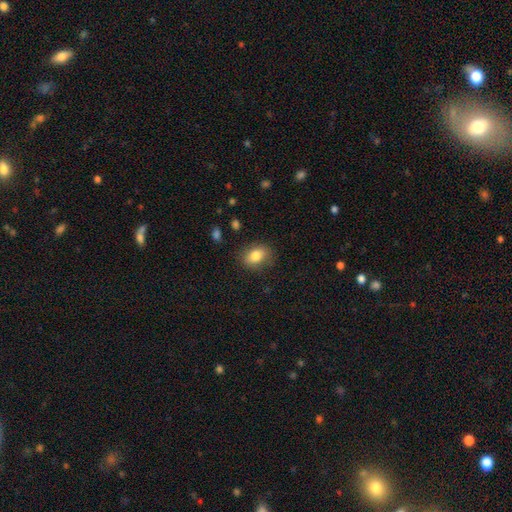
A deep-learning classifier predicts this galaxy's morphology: smooth-or-featured: smooth: 80% | featured or disk: 12% | star or artifact: 8%
  how-rounded: in between: 73% | round: 26% | cigar-shaped: 2%
  merging: none: 80% | minor disturbance: 15% | major disturbance: 4% | merger: 1%